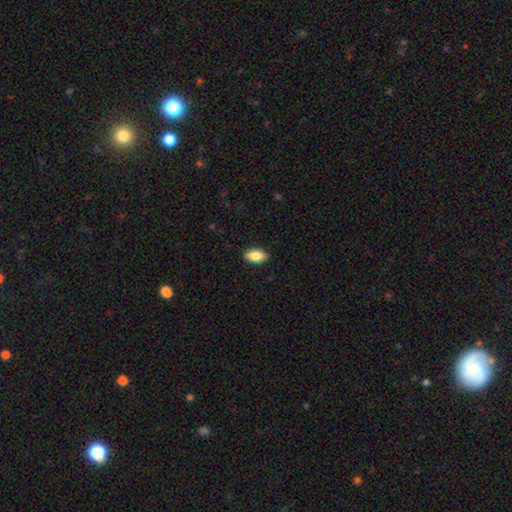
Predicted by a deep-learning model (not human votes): Smooth or featured? Predicted: smooth (p=0.82). How rounded? Predicted: in between (p=0.90). Merging? Predicted: none (p=0.89).